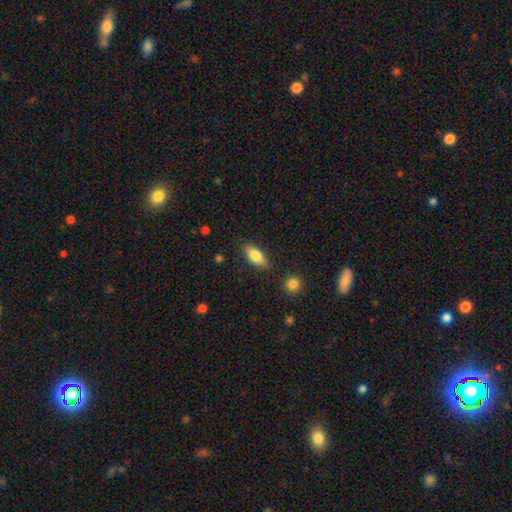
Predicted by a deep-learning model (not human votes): Smooth or featured: smooth — 79% (featured or disk — 14%)
How rounded: in between — 80% (cigar-shaped — 17%)
Merging: none — 85% (minor disturbance — 10%)